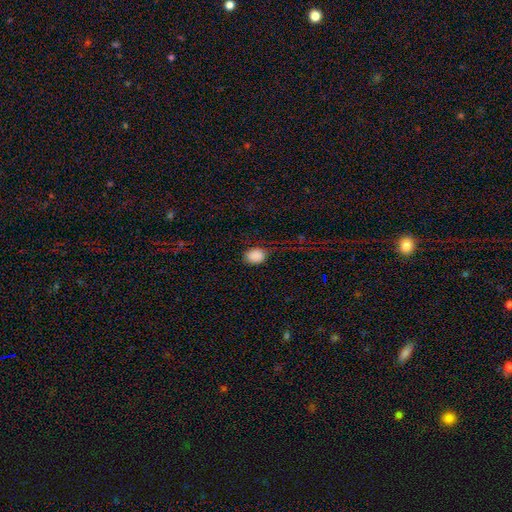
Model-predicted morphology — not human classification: This appears to be a smooth galaxy with no disk features (87%) that is in between round and cigar-shaped (66%). Merging: none (69%).